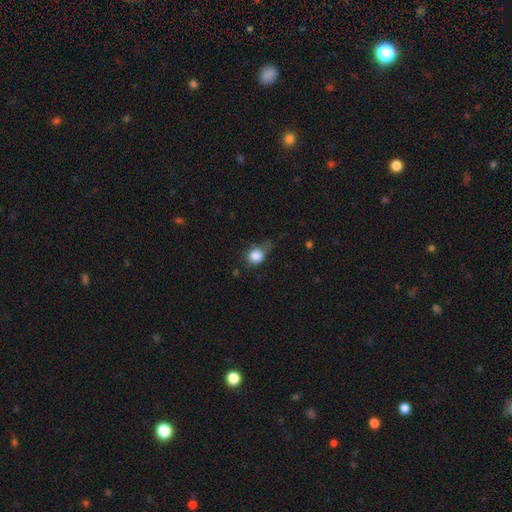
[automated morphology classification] This appears to be a smooth galaxy with no disk features (84%) that is round (73%). Merging: none (41%).